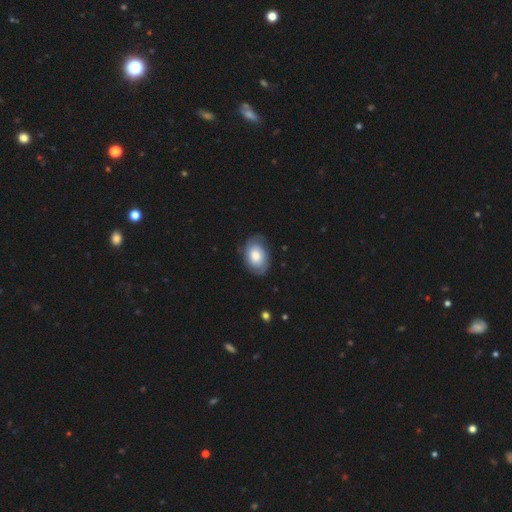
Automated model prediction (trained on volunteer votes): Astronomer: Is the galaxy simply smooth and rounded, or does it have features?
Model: featured or disk — 47% (runner-up: smooth, 46%).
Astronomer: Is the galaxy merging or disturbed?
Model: none — 73%.